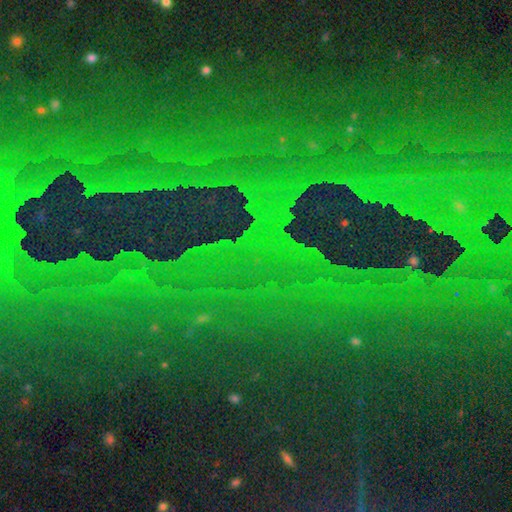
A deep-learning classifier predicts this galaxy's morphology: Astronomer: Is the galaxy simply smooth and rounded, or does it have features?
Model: star or artifact — 85%.